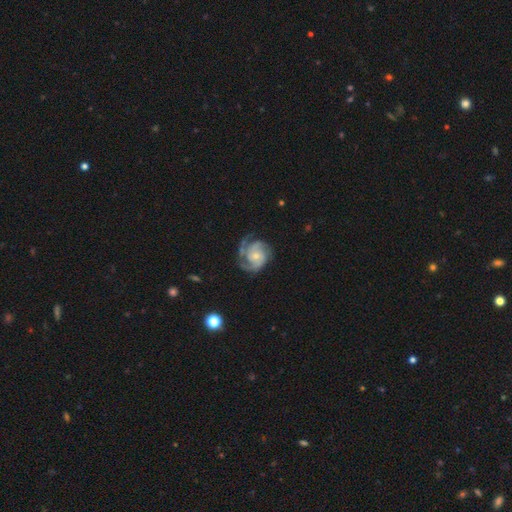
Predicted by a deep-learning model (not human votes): smooth-or-featured: featured or disk: 88% | smooth: 7% | star or artifact: 5%
  disk-edge-on: no: 98% | yes: 2%
    bar: no: 72% | weak: 24% | strong: 5%
    has-spiral-arms: yes: 97% | no: 3%
      spiral-winding: tight: 50% | medium: 41% | loose: 9%
      spiral-arm-count: 3: 42% | 2: 32% | can't tell: 11% | 4: 6% | 1: 5% | more than 4: 4%
    bulge-size: small: 62% | moderate: 32% | none: 3% | large: 2% | dominant: 1%
  merging: none: 65% | minor disturbance: 20% | major disturbance: 13% | merger: 2%